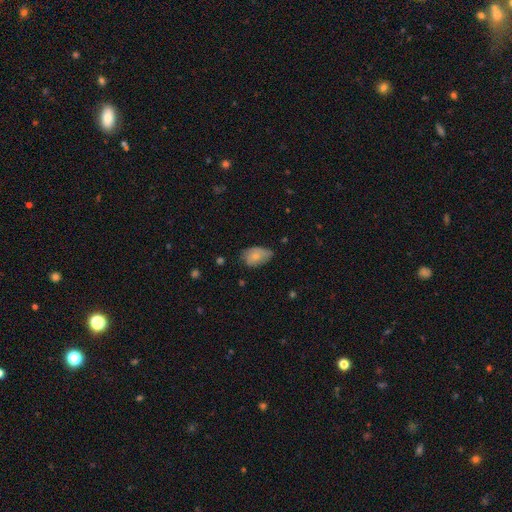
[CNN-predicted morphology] Q: Smooth or featured?
A: smooth (72%); runner-up: featured or disk (20%)
Q: How rounded?
A: in between (85%); runner-up: round (14%)
Q: Merging?
A: none (48%); runner-up: minor disturbance (40%)